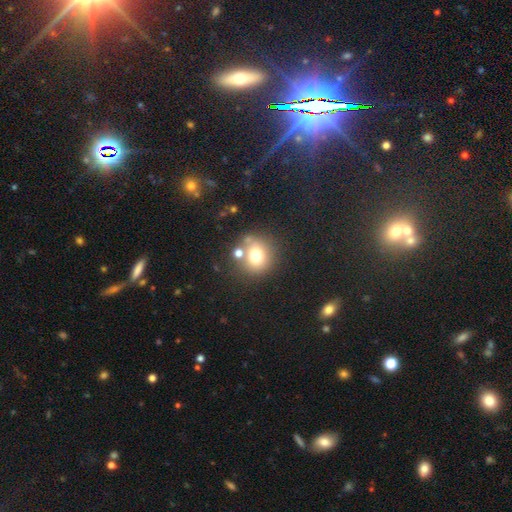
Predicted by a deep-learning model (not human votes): A smooth galaxy with no disk features (72%) that is round (83%).

Vote fractions:
- Smooth or featured? smooth: 72% / featured or disk: 14% / star or artifact: 14%
- How rounded? round: 83% / in between: 16% / cigar-shaped: 1%
- Merging? none: 68% / merger: 16% / minor disturbance: 12% / major disturbance: 5%